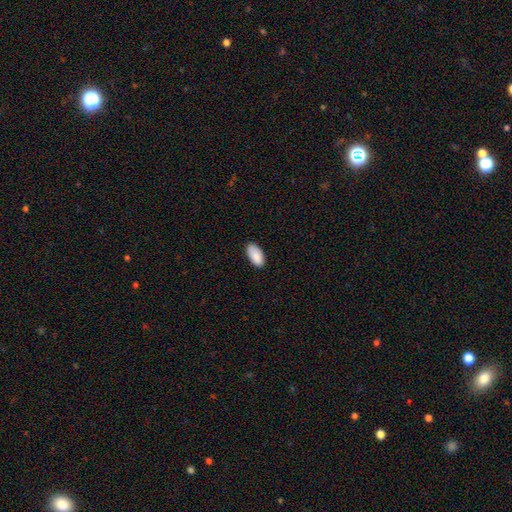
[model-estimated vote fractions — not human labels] The model was most divided on "merging": none: 85%, minor disturbance: 12%, major disturbance: 2%, merger: 1%. More confident: how rounded — in between (95%); smooth or featured — smooth (90%).